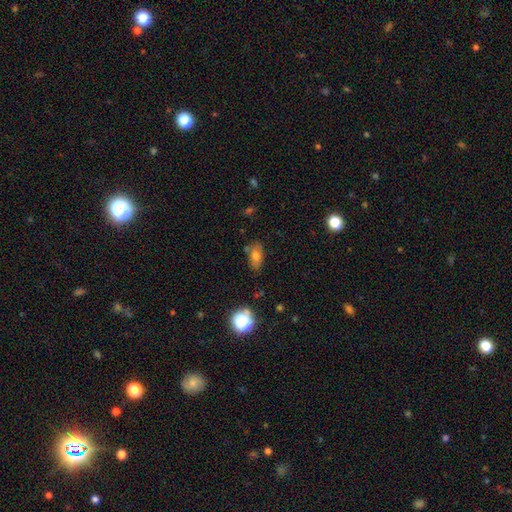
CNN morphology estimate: type=smooth (72%); roundness=in between (85%); merging=none (69%).